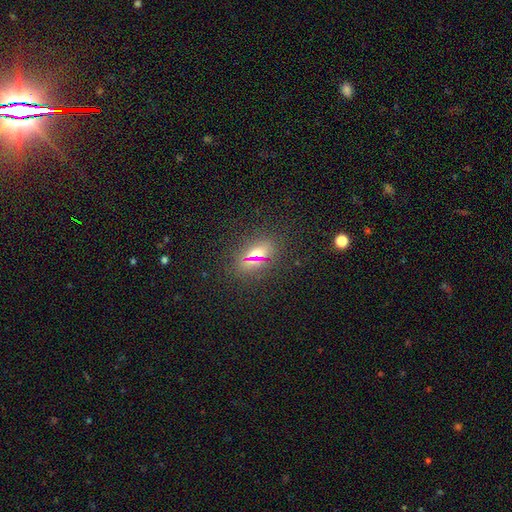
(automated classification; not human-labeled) A smooth galaxy with no disk features (58%) that is in between round and cigar-shaped (62%).

Vote fractions:
- Smooth or featured? smooth: 58% / star or artifact: 27% / featured or disk: 15%
- How rounded? in between: 62% / round: 27% / cigar-shaped: 11%
- Merging? none: 84% / minor disturbance: 9% / major disturbance: 4% / merger: 3%